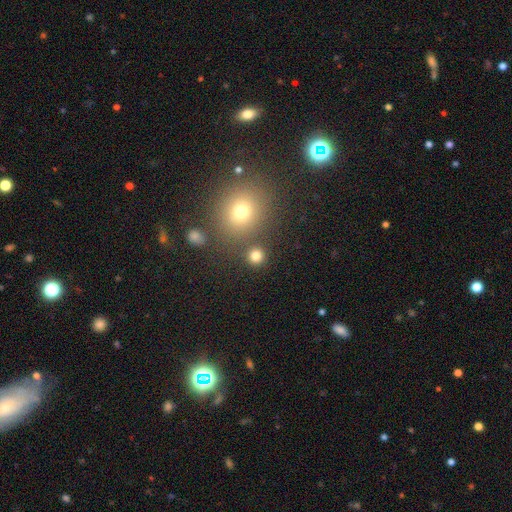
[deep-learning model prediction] Smooth or featured?
  - smooth: 80% *
  - star or artifact: 15%
  - featured or disk: 6%
How rounded?
  - round: 91% *
  - in between: 8%
  - cigar-shaped: 1%
Merging?
  - none: 82% *
  - merger: 8%
  - minor disturbance: 7%
  - major disturbance: 3%